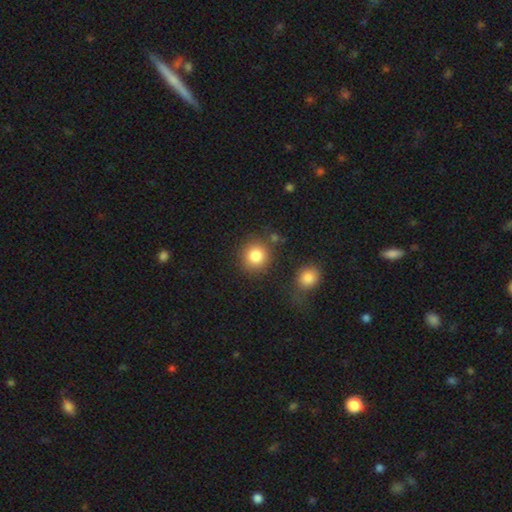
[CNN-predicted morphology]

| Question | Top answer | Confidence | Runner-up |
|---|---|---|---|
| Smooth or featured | smooth | 85% | star or artifact (9%) |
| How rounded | round | 89% | in between (10%) |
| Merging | none | 80% | minor disturbance (9%) |